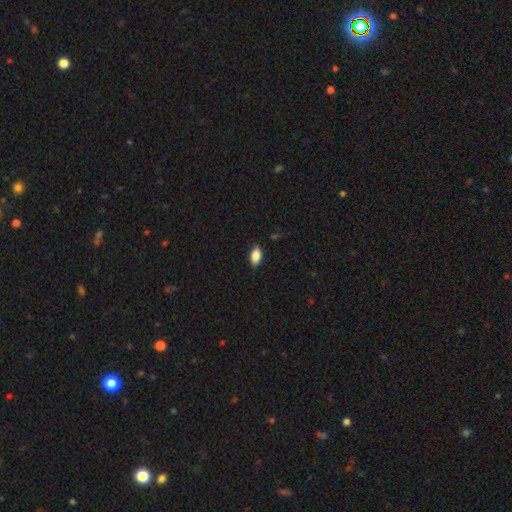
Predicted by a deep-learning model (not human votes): A smooth galaxy with no disk features (86%) that is in between round and cigar-shaped (91%).

Vote fractions:
- Smooth or featured? smooth: 86% / star or artifact: 7% / featured or disk: 6%
- How rounded? in between: 91% / cigar-shaped: 5% / round: 4%
- Merging? none: 85% / minor disturbance: 12% / major disturbance: 2% / merger: 1%